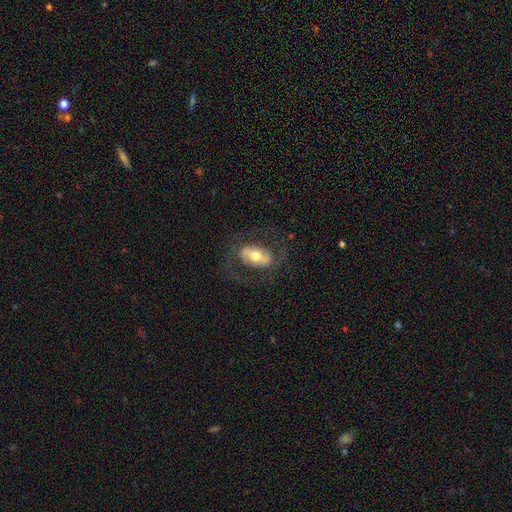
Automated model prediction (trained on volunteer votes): featured or disk 57%, smooth 36%, star or artifact 7%. Down the decision tree: edge-on disk — no (92%); bar — strong (37%); spiral arms — yes (59%); bulge size — moderate (68%); merging — none (71%).